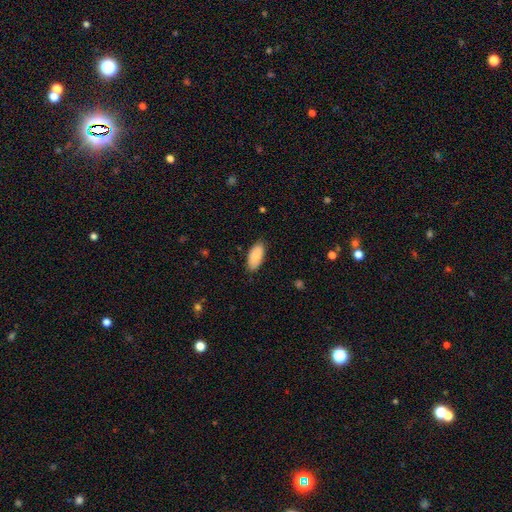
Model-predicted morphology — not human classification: type=smooth (87%); roundness=in between (92%); merging=none (84%).